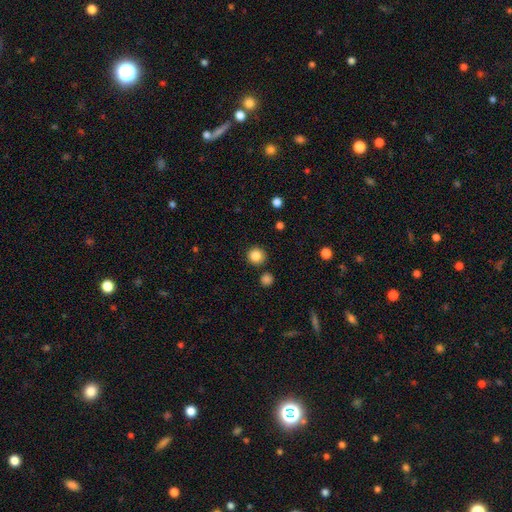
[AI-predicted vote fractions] Overall: smooth (85%). How rounded: round (93%). Merging: none (88%).